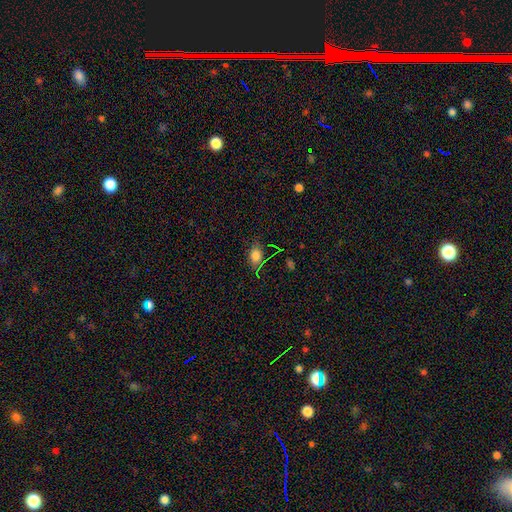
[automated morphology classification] Smooth or featured? Predicted: smooth (p=0.74). How rounded? Predicted: in between (p=0.80). Merging? Predicted: none (p=0.76).